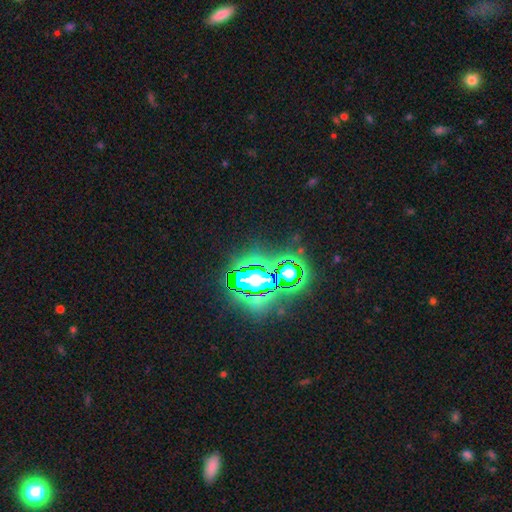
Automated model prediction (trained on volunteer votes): Overall: star or artifact (82%).